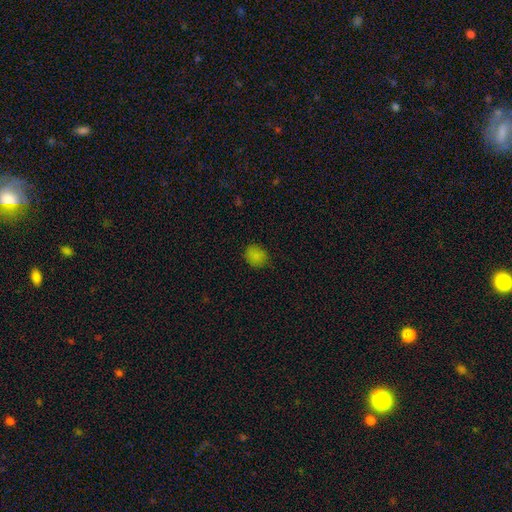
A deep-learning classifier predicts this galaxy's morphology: This appears to be a smooth galaxy with no disk features (81%) that is round (67%). Merging: none (81%).